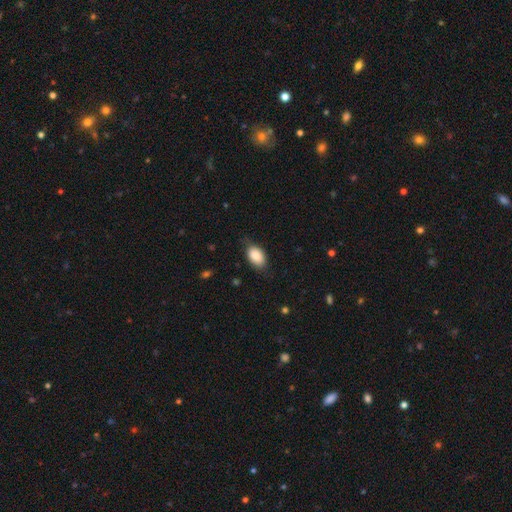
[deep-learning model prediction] A smooth galaxy with no disk features (88%) that is in between round and cigar-shaped (92%).

Vote fractions:
- Smooth or featured? smooth: 88% / star or artifact: 6% / featured or disk: 6%
- How rounded? in between: 92% / round: 6% / cigar-shaped: 2%
- Merging? none: 72% / minor disturbance: 22% / major disturbance: 5% / merger: 1%